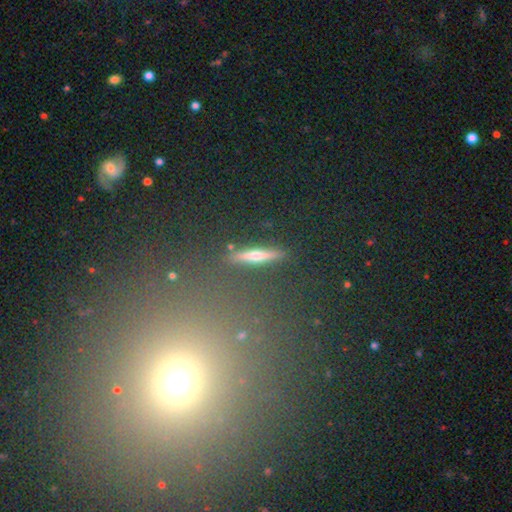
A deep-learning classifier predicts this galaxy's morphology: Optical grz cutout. It shows a featured or disk galaxy (40%). Merging: none (84%).